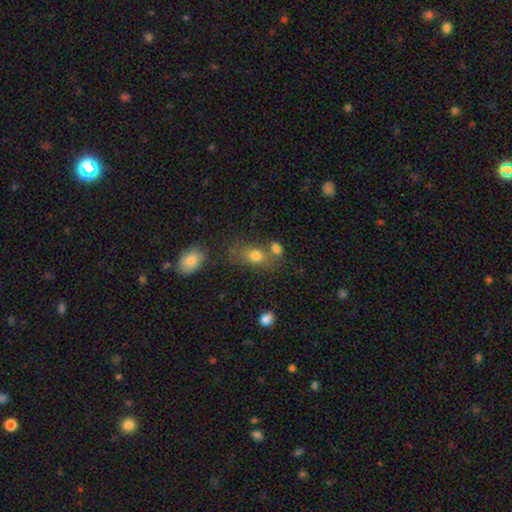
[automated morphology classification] This is likely a smooth galaxy (76%). How rounded: likely in between (73%). Merging: possibly none (50%).